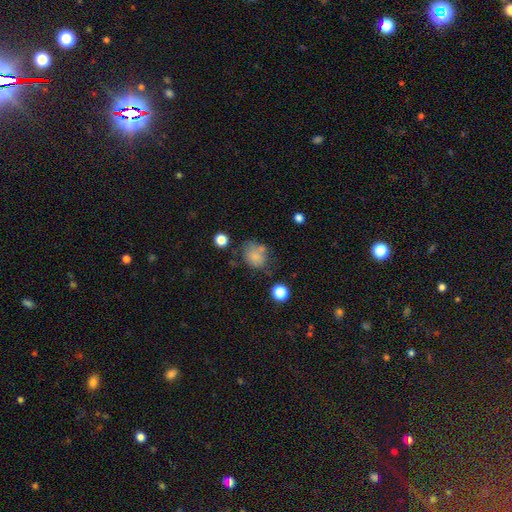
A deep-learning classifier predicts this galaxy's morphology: This is likely a smooth galaxy (77%). How rounded: possibly round (55%). Merging: possibly none (53%).